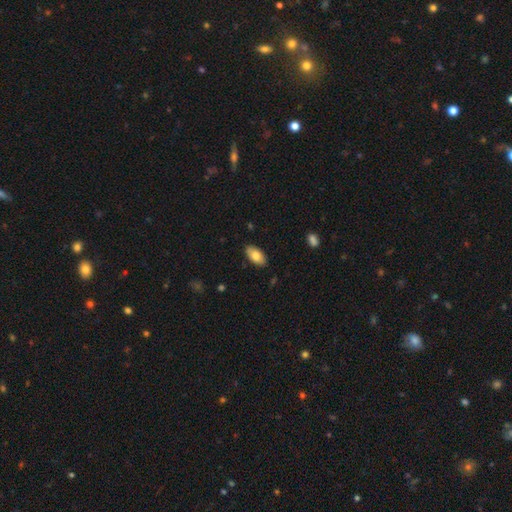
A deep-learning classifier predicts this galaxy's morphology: A smooth galaxy with no disk features (78%) that is in between round and cigar-shaped (94%).

Vote fractions:
- Smooth or featured? smooth: 78% / featured or disk: 15% / star or artifact: 6%
- How rounded? in between: 94% / cigar-shaped: 3% / round: 3%
- Merging? none: 86% / minor disturbance: 11% / major disturbance: 2% / merger: 1%